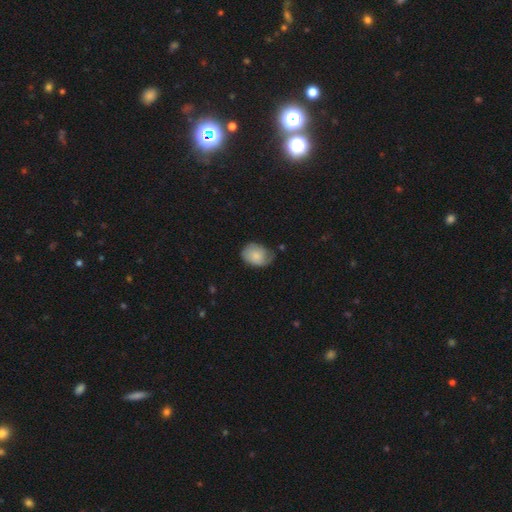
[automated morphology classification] Overall: smooth (72%). How rounded: in between (71%). Merging: none (49%; minor disturbance 38%).